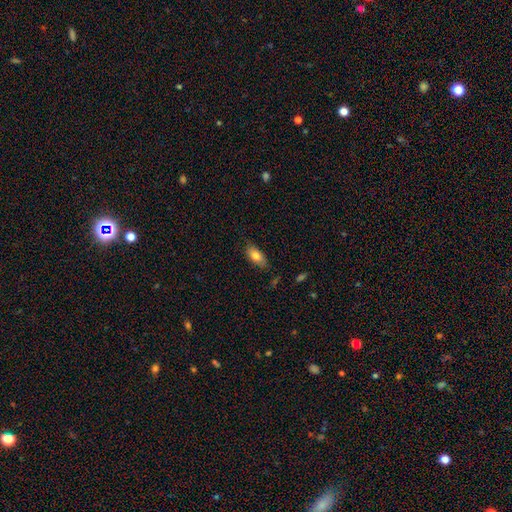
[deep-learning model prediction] Morphology: type=smooth (80%); roundness=in between (90%); merging=none (80%).